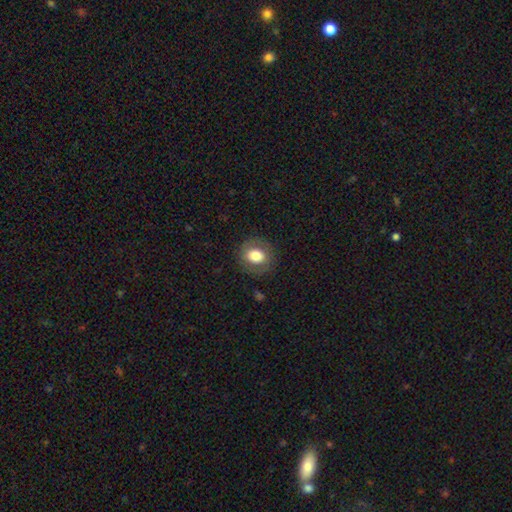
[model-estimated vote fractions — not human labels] This is likely a smooth galaxy (71%). How rounded: likely round (70%). Merging: clearly none (83%).